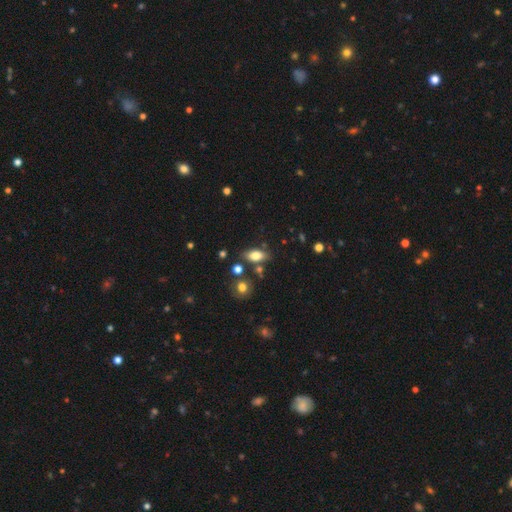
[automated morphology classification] The model was most divided on "merging": none: 74%, minor disturbance: 14%, merger: 7%, major disturbance: 4%. More confident: how rounded — in between (84%); smooth or featured — smooth (77%).